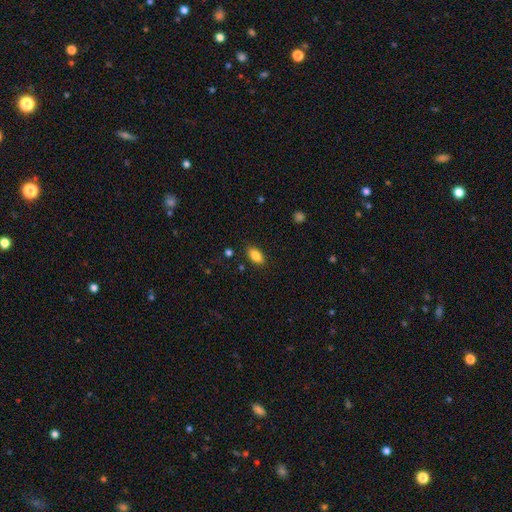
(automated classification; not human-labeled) Smooth or featured?
  - smooth: 86% *
  - star or artifact: 8%
  - featured or disk: 6%
How rounded?
  - in between: 91% *
  - round: 5%
  - cigar-shaped: 4%
Merging?
  - none: 86% *
  - minor disturbance: 10%
  - major disturbance: 2%
  - merger: 2%